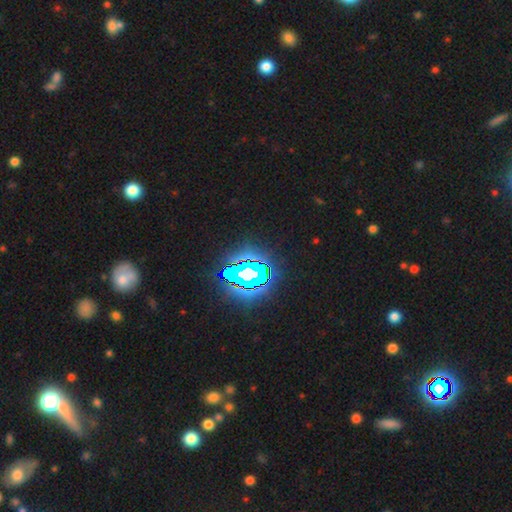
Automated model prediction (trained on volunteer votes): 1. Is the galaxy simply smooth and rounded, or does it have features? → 84% star or artifact, 10% smooth, 7% featured or disk.